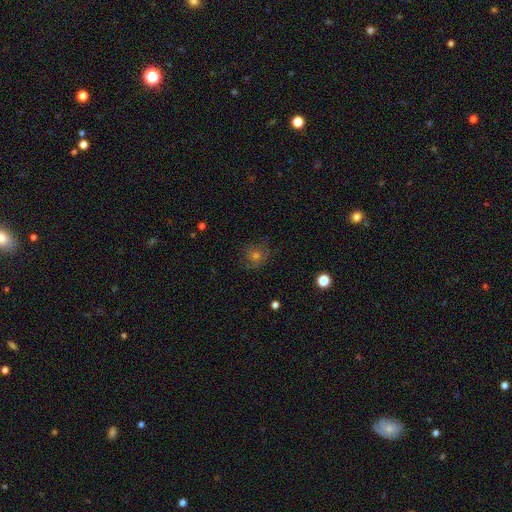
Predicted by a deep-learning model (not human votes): Q: Smooth or featured?
A: smooth (52%); runner-up: featured or disk (25%)
Q: How rounded?
A: round (84%); runner-up: in between (15%)
Q: Merging?
A: none (74%); runner-up: minor disturbance (16%)